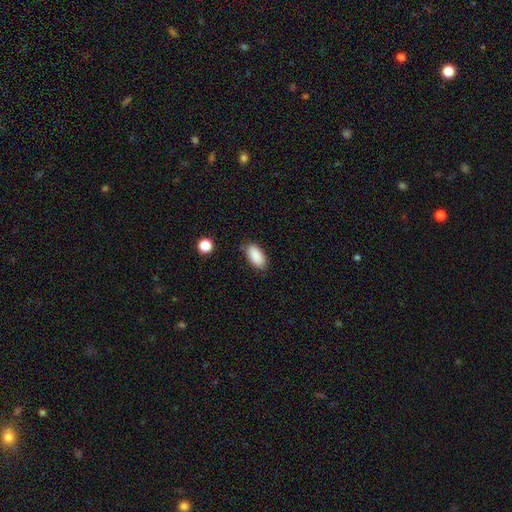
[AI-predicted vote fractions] smooth_or_featured: smooth (p=0.89) [alt: star or artifact p=0.07]
how_rounded: in between (p=0.92) [alt: cigar-shaped p=0.05]
merging: none (p=0.81) [alt: minor disturbance p=0.14]